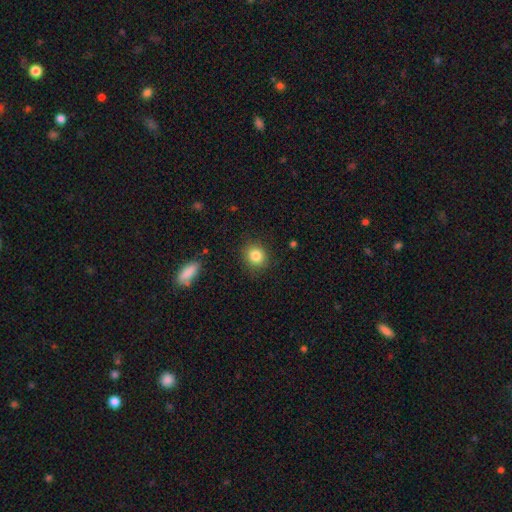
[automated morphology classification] Smooth or featured: smooth — 84% (star or artifact — 10%)
How rounded: round — 79% (in between — 20%)
Merging: none — 88% (minor disturbance — 8%)